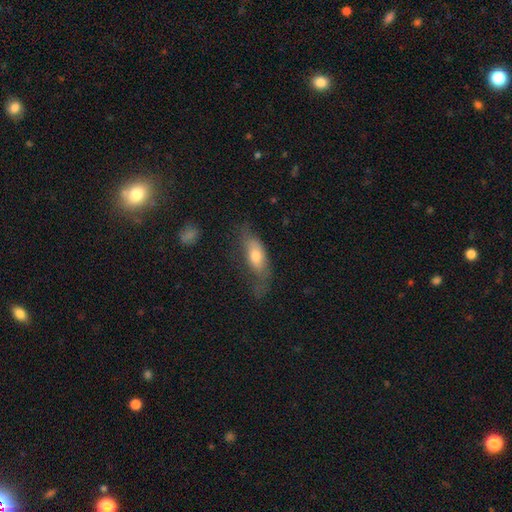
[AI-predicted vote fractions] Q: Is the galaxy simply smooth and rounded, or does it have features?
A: smooth — 63%.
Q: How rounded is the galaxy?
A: in between — 73%.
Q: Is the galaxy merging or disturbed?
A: none — 42%.